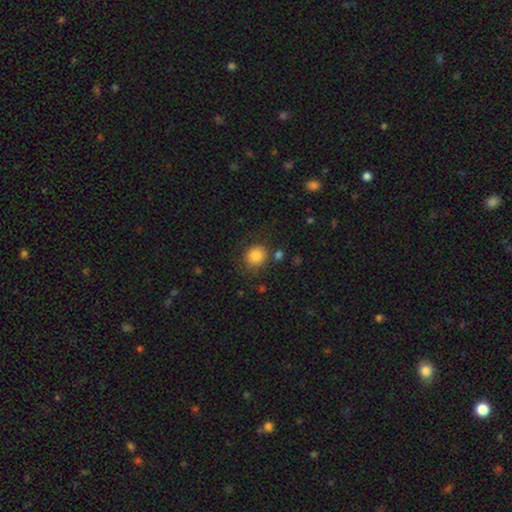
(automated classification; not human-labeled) Smooth or featured: smooth — 84% (star or artifact — 10%)
How rounded: round — 79% (in between — 20%)
Merging: none — 79% (minor disturbance — 12%)